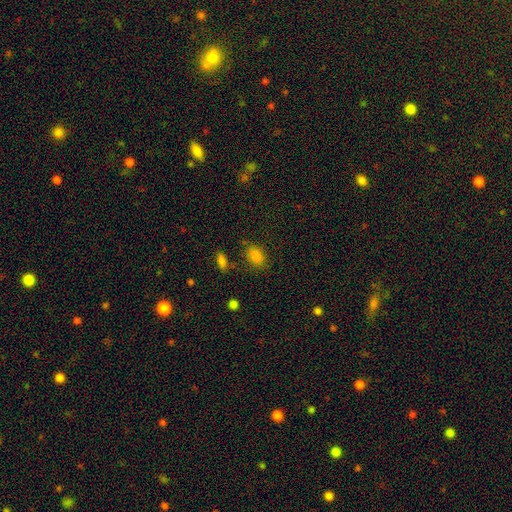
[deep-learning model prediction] Q: Smooth or featured?
A: smooth (82%); runner-up: star or artifact (13%)
Q: How rounded?
A: in between (82%); runner-up: round (16%)
Q: Merging?
A: none (78%); runner-up: minor disturbance (13%)